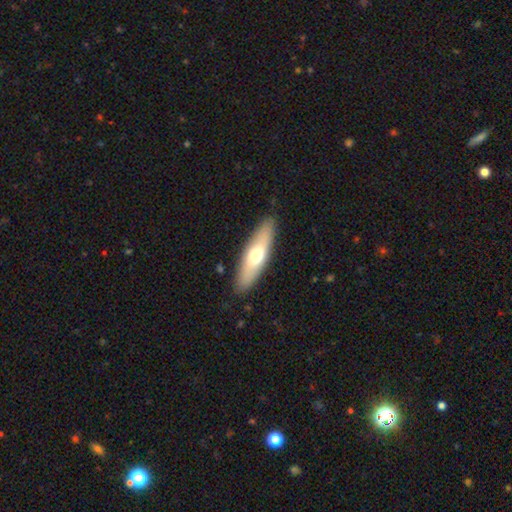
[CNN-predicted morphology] Smooth or featured?
  - smooth: 61% *
  - featured or disk: 34%
  - star or artifact: 5%
How rounded?
  - cigar-shaped: 56% *
  - in between: 42%
  - round: 2%
Merging?
  - none: 88% *
  - minor disturbance: 9%
  - major disturbance: 2%
  - merger: 1%